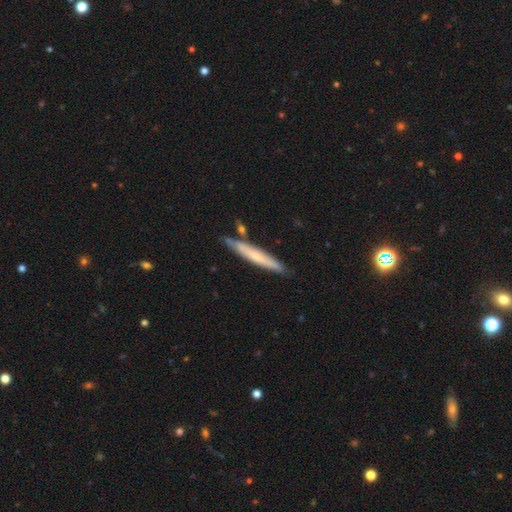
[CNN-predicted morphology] A smooth galaxy with no disk features (56%) that is cigar-shaped (94%). Merging: none (80%).